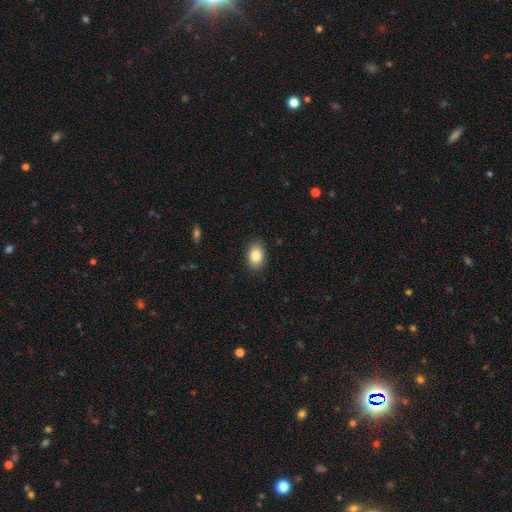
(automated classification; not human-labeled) This appears to be a smooth galaxy with no disk features (85%) that is in between round and cigar-shaped (84%). Merging: none (88%).